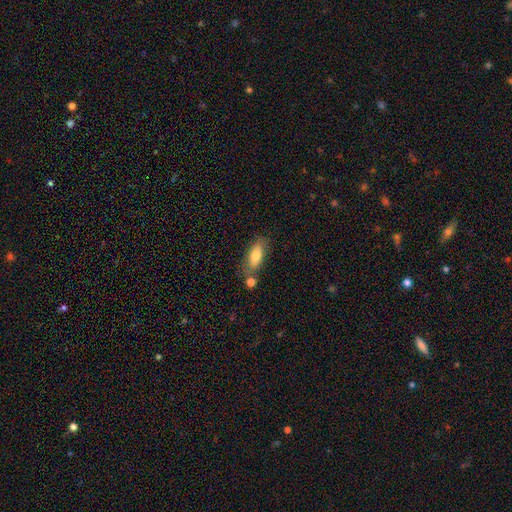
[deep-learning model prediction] A smooth galaxy with no disk features (77%) that is in between round and cigar-shaped (79%).

Vote fractions:
- Smooth or featured? smooth: 77% / featured or disk: 16% / star or artifact: 7%
- How rounded? in between: 79% / cigar-shaped: 18% / round: 3%
- Merging? none: 63% / minor disturbance: 16% / merger: 16% / major disturbance: 5%